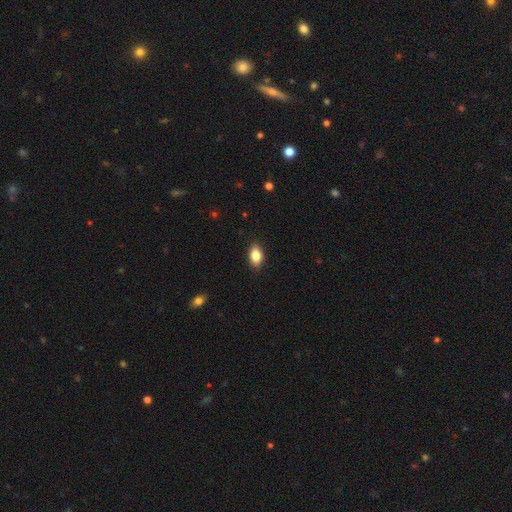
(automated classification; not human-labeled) The model was most divided on "smooth or featured": smooth: 84%, featured or disk: 8%, star or artifact: 8%. More confident: how rounded — in between (89%); merging — none (87%).